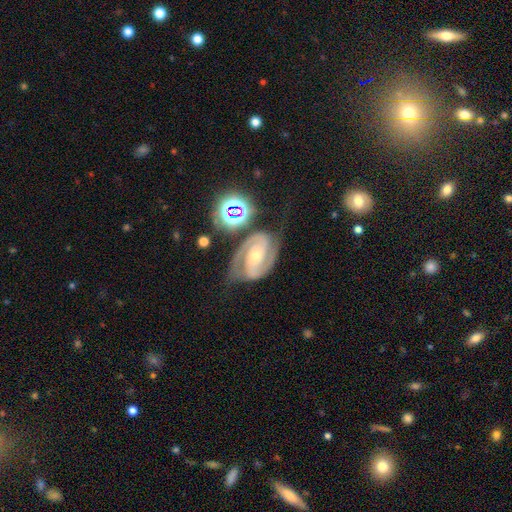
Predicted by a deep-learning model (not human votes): The model was most divided on "spiral winding": tight: 46%, medium: 45%, loose: 8%. Remaining: spiral arms — yes (98%); edge-on disk — no (97%); spiral arm count — 2 (88%); smooth or featured — featured or disk (88%); merging — none (68%); bulge size — small (53%); bar — no (41%).